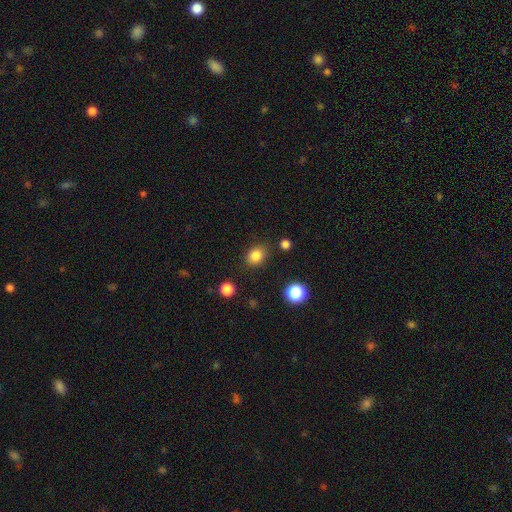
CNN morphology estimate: Smooth or featured? smooth (83%)
How rounded? round (53%)
Merging? none (83%)